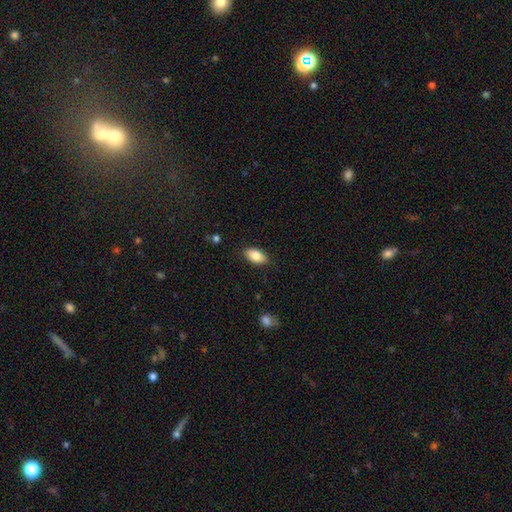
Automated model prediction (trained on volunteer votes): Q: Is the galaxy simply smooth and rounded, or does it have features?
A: smooth — 85%.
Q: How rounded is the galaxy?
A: in between — 93%.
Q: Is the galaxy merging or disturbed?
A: none — 86%.